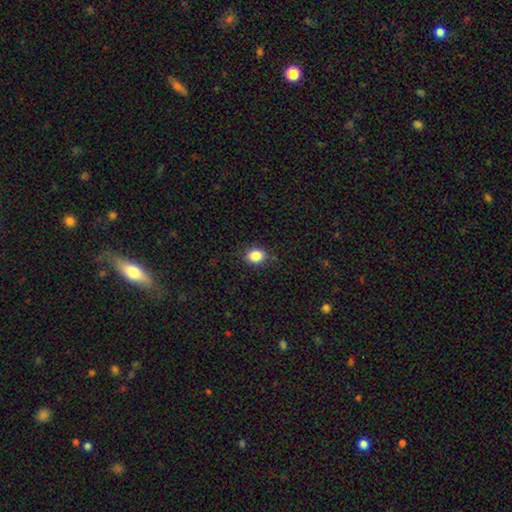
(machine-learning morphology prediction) smooth 86%, star or artifact 10%, featured or disk 5%. Down the decision tree: how rounded — round (51%); merging — none (84%).